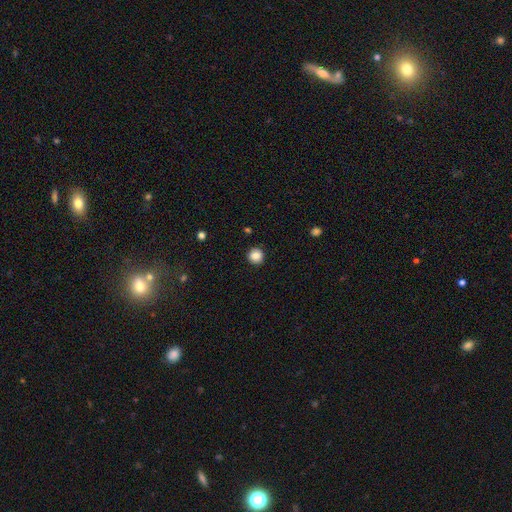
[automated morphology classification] smooth-or-featured: smooth: 87% | star or artifact: 10% | featured or disk: 3%
  how-rounded: round: 93% | in between: 6% | cigar-shaped: 1%
  merging: none: 91% | minor disturbance: 6% | major disturbance: 2% | merger: 1%